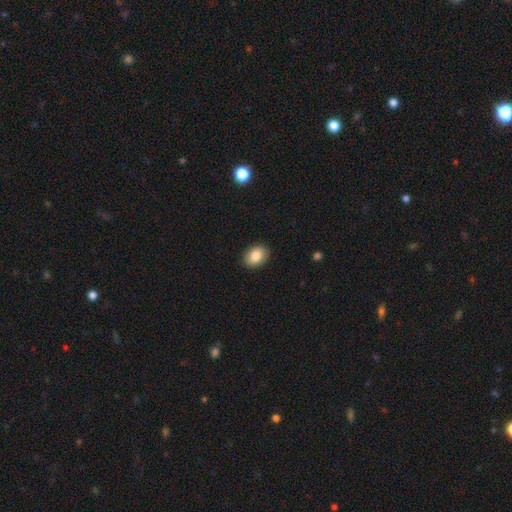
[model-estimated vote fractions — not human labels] This appears to be a smooth galaxy with no disk features (86%) that is in between round and cigar-shaped (73%). Merging: none (90%).